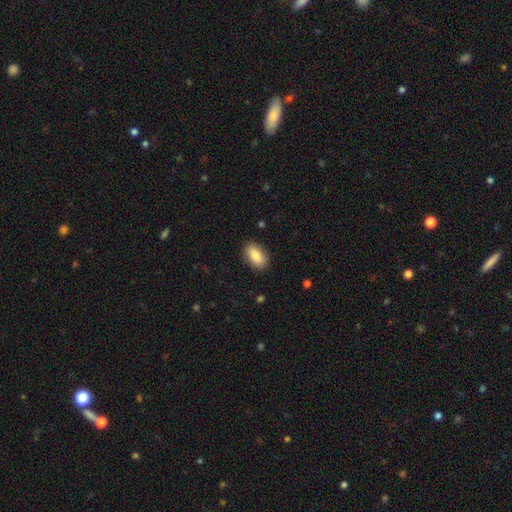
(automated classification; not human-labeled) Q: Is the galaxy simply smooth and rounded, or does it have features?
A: smooth — 85%.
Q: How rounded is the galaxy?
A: in between — 92%.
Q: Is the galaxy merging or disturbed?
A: none — 88%.